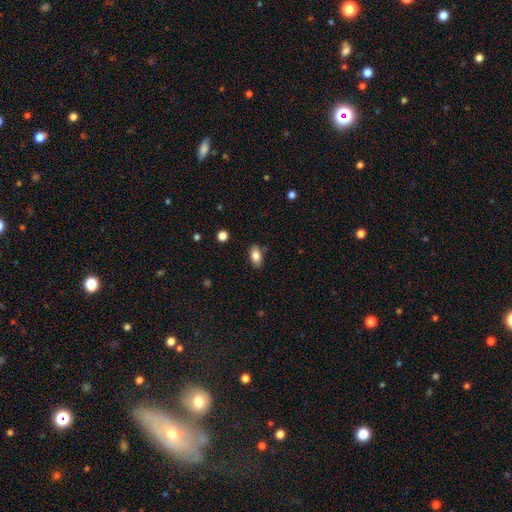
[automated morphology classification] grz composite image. It shows a smooth galaxy with no disk features (84%) that is in between round and cigar-shaped (90%). Merging: none (84%).